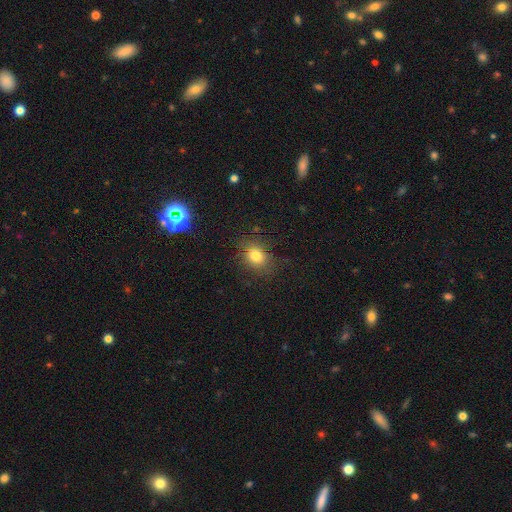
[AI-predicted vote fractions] Smooth or featured: smooth — 71% (star or artifact — 17%)
How rounded: round — 62% (in between — 37%)
Merging: none — 73% (minor disturbance — 17%)